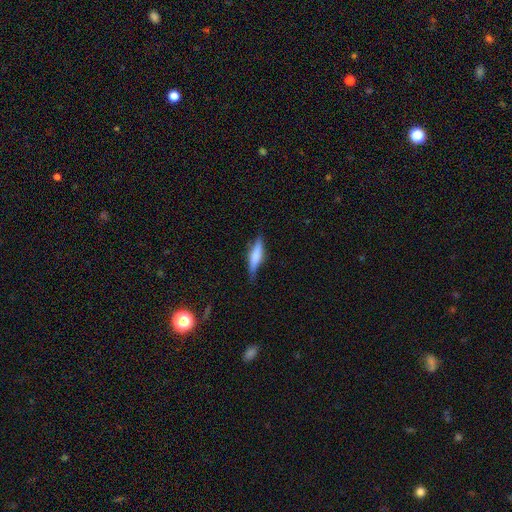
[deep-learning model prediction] The model was most divided on "smooth or featured": smooth: 64%, featured or disk: 30%, star or artifact: 6%. More confident: merging — none (73%); how rounded — cigar-shaped (68%).